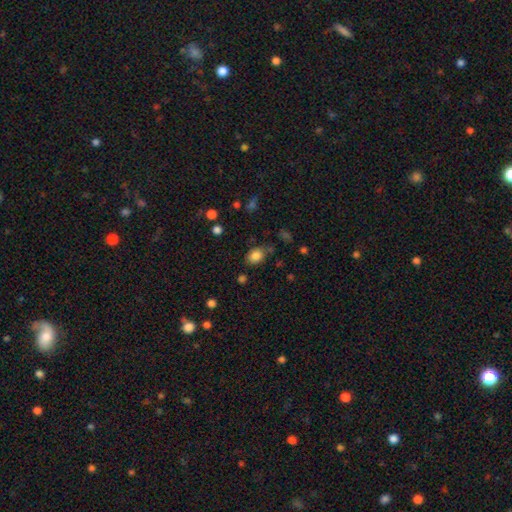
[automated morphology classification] type=smooth (84%); roundness=in between (64%); merging=none (74%).